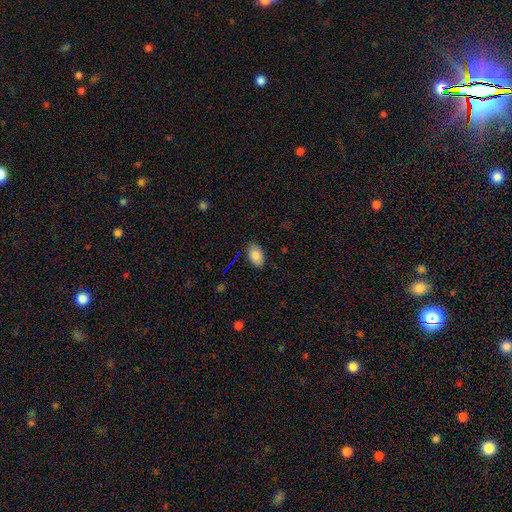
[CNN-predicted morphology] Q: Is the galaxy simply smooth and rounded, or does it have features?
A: smooth — 87%.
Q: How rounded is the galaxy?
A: in between — 92%.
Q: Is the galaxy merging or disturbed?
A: none — 85%.